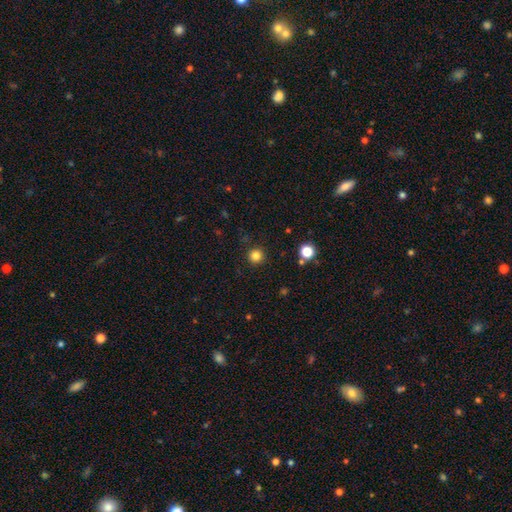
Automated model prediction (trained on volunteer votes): smooth_or_featured: smooth (p=0.83) [alt: star or artifact p=0.14]
how_rounded: round (p=0.96) [alt: in between p=0.03]
merging: none (p=0.91) [alt: minor disturbance p=0.05]